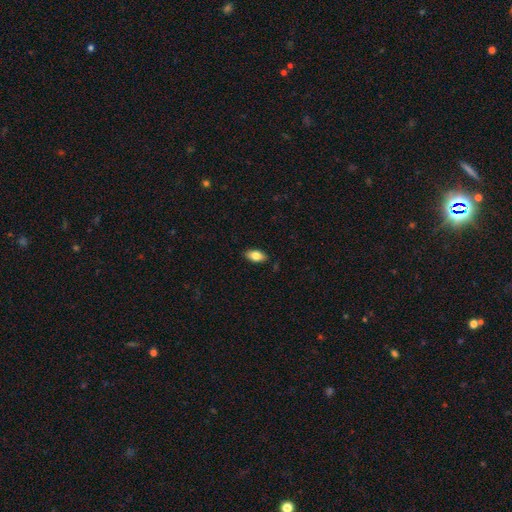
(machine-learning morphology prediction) This is clearly a smooth galaxy (81%). How rounded: clearly in between (92%). Merging: clearly none (87%).